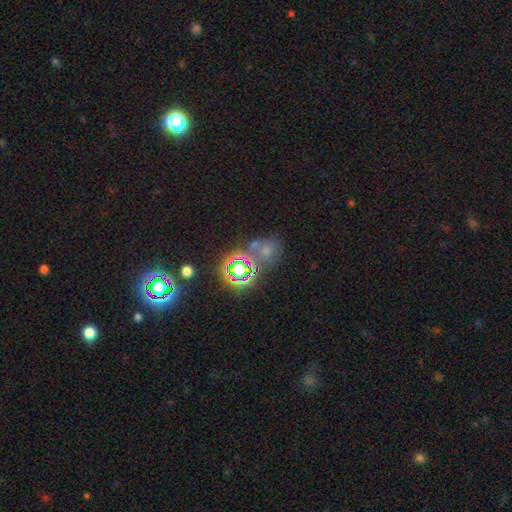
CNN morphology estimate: smooth_or_featured: star or artifact (p=0.55) [alt: smooth p=0.32]